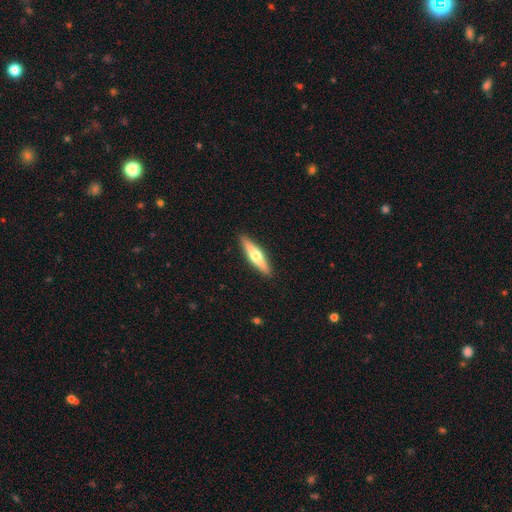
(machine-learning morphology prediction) A featured or disk galaxy (49%). Merging: none (91%).